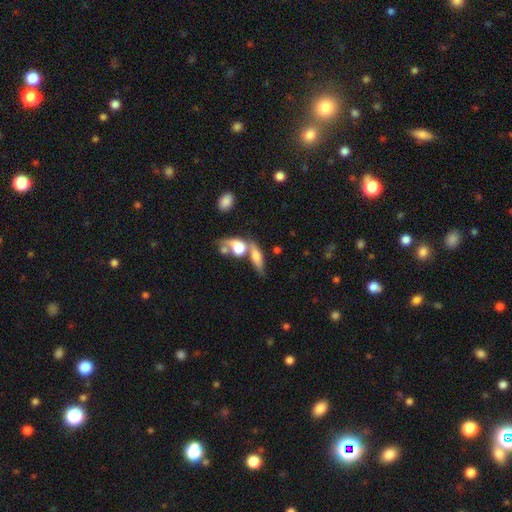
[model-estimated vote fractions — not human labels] The model was most divided on "merging": merger: 48%, none: 32%, minor disturbance: 11%, major disturbance: 9%. More confident: smooth or featured — smooth (54%); how rounded — in between (53%).